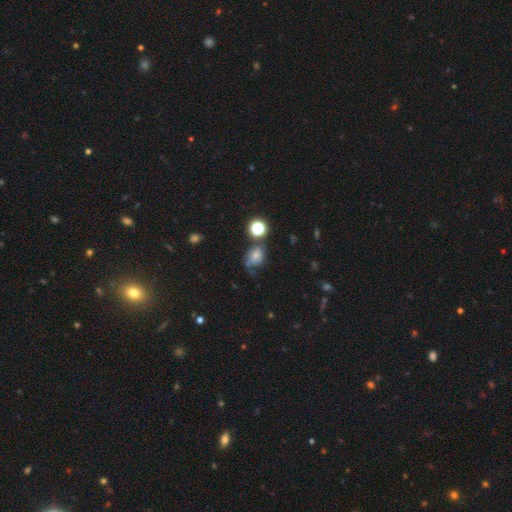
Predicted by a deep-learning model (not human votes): A smooth galaxy with no disk features (54%) that is round (53%). Merging: none (37%).